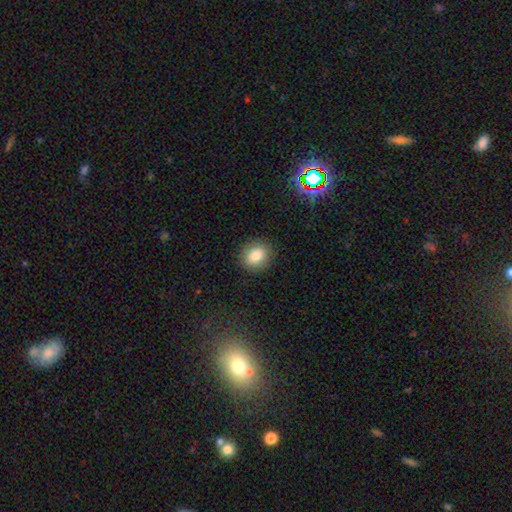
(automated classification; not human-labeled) A smooth galaxy with no disk features (82%) that is round (62%). Merging: none (88%).